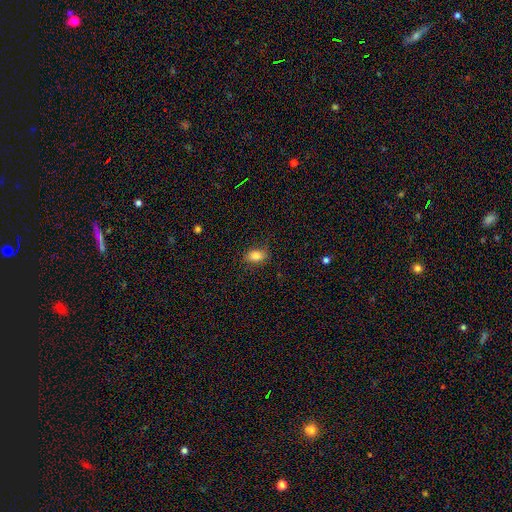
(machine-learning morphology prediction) A smooth galaxy with no disk features (85%) that is in between round and cigar-shaped (83%). Merging: none (80%).